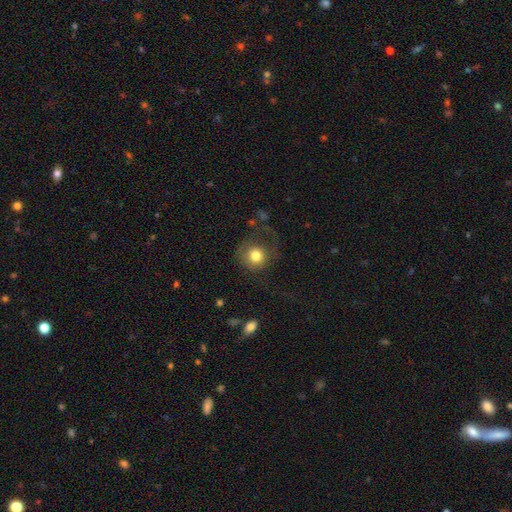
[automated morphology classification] smooth_or_featured: smooth (p=0.76) [alt: featured or disk p=0.15]
how_rounded: round (p=0.90) [alt: in between p=0.09]
merging: none (p=0.52) [alt: major disturbance p=0.30]